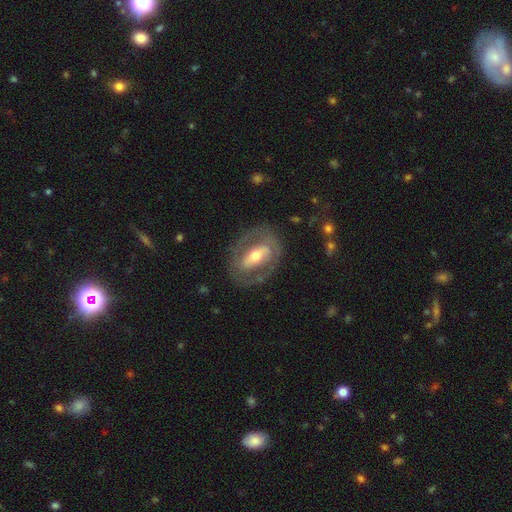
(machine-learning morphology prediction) Q: Smooth or featured?
A: featured or disk (70%); runner-up: smooth (25%)
Q: Edge-on disk?
A: no (91%); runner-up: yes (9%)
Q: Bar?
A: strong (45%); runner-up: no (28%)
Q: Spiral arms?
A: no (58%); runner-up: yes (42%)
Q: Bulge size?
A: moderate (67%); runner-up: small (20%)
Q: Merging?
A: none (74%); runner-up: minor disturbance (15%)